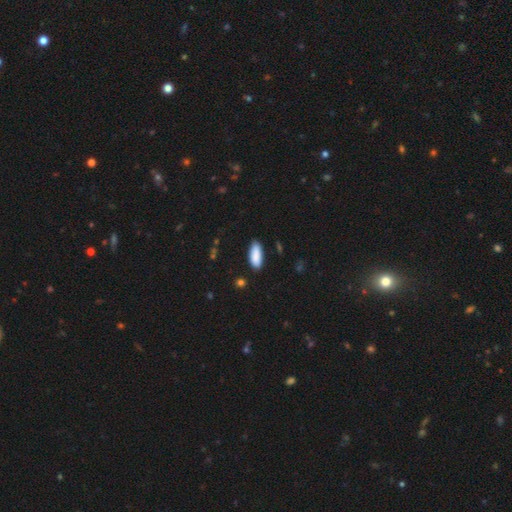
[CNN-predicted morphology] Smooth or featured? smooth (90%)
How rounded? in between (81%)
Merging? none (84%)